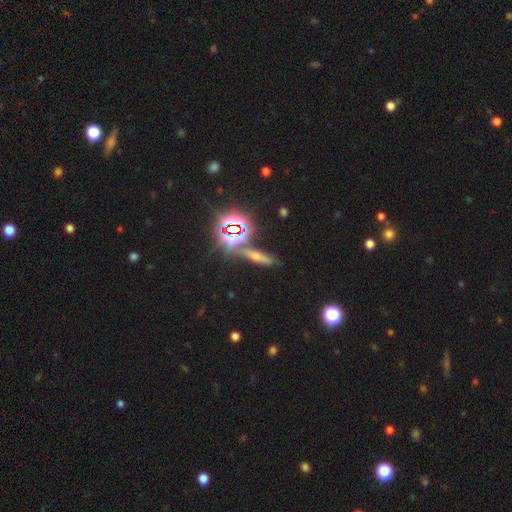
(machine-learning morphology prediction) Smooth or featured?
  - star or artifact: 43% *
  - smooth: 34%
  - featured or disk: 23%